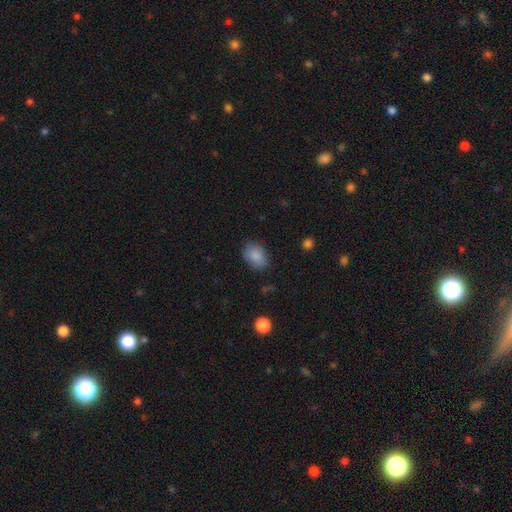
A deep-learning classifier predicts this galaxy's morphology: smooth_or_featured: smooth (p=0.87) [alt: star or artifact p=0.08]
how_rounded: in between (p=0.71) [alt: round p=0.28]
merging: none (p=0.78) [alt: minor disturbance p=0.17]